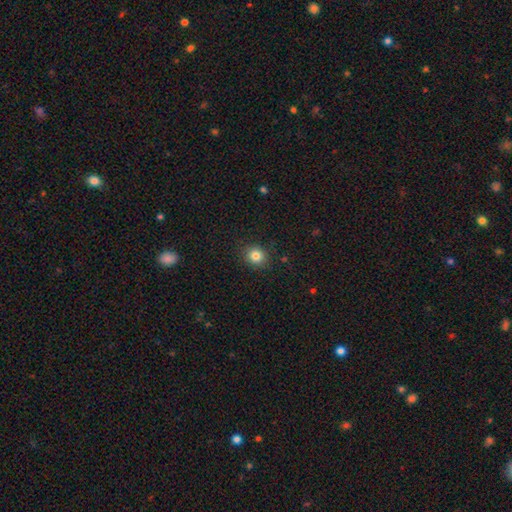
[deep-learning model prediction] Smooth or featured? smooth (82%)
How rounded? round (83%)
Merging? none (89%)